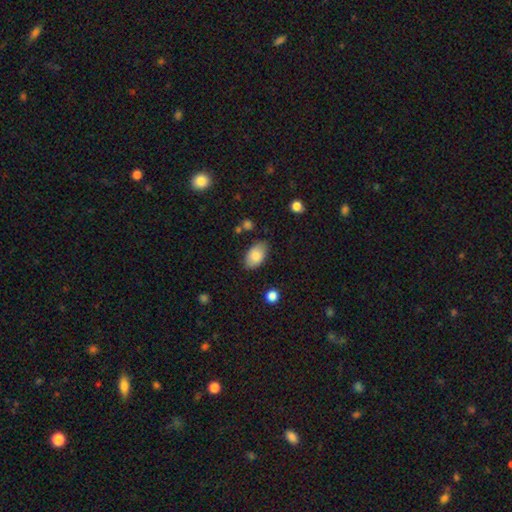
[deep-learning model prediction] Overall: smooth (83%). How rounded: in between (94%). Merging: none (80%).